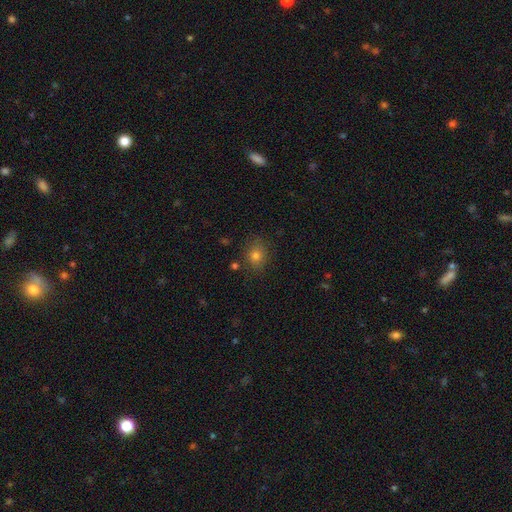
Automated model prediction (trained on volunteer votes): Smooth or featured? Predicted: smooth (p=0.78). How rounded? Predicted: round (p=0.69). Merging? Predicted: none (p=0.79).